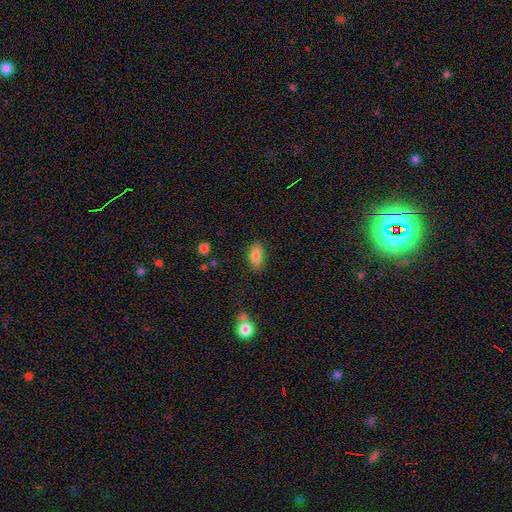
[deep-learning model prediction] smooth 83%, star or artifact 9%, featured or disk 8%. Down the decision tree: how rounded — in between (89%); merging — none (80%).